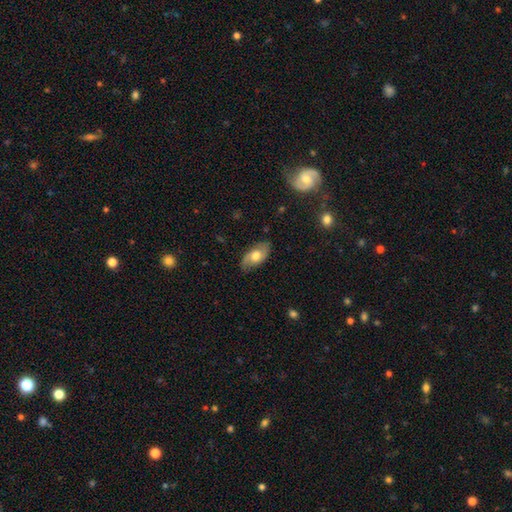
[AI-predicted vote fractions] Overall: smooth (47%; featured or disk 46%). Merging: none (80%).